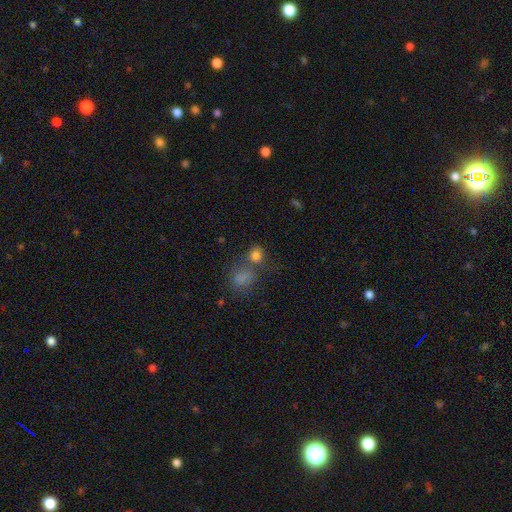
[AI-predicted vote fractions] Overall: smooth (78%). How rounded: round (65%; in between 33%). Merging: none (47%; merger 35%).